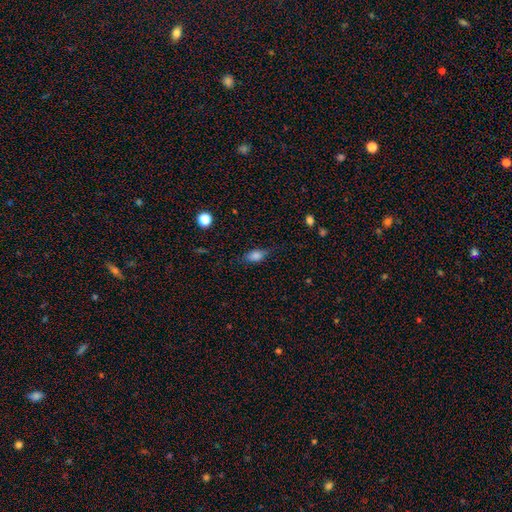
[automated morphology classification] Smooth or featured?
  - smooth: 76% *
  - featured or disk: 13%
  - star or artifact: 11%
How rounded?
  - in between: 79% *
  - round: 11%
  - cigar-shaped: 10%
Merging?
  - none: 73% *
  - minor disturbance: 20%
  - major disturbance: 6%
  - merger: 1%